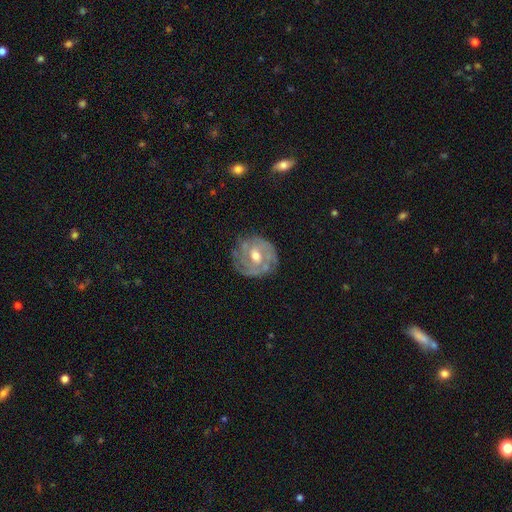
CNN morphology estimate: type=featured or disk (81%); edge-on=no (97%); bar=no (45%); spiral arms=yes (88%); winding=tight (66%); arm count=can't tell (36%); bulge=moderate (73%); merging=none (74%).